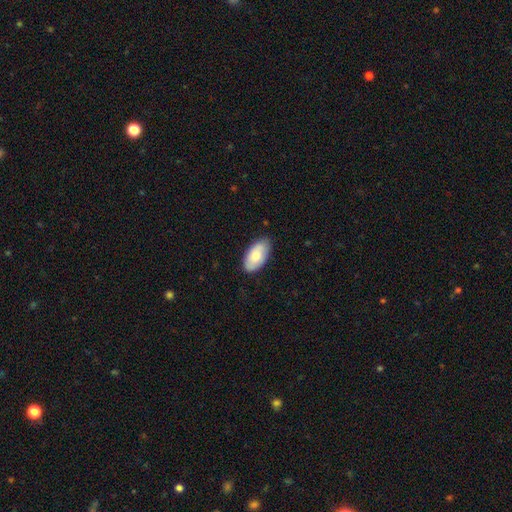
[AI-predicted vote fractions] smooth-or-featured: smooth: 78% | featured or disk: 16% | star or artifact: 6%
  how-rounded: in between: 95% | cigar-shaped: 2% | round: 2%
  merging: none: 80% | minor disturbance: 16% | major disturbance: 2% | merger: 1%